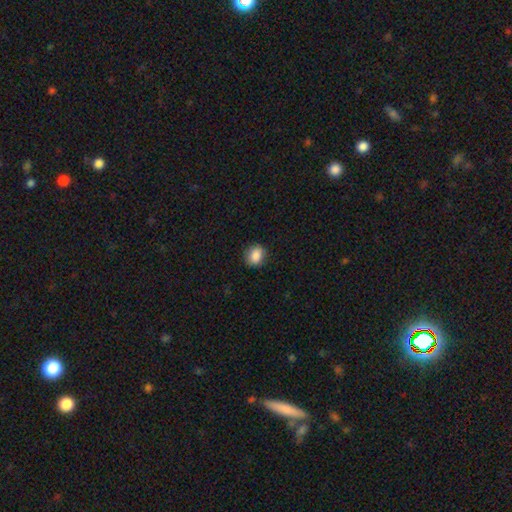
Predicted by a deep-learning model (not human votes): Morphology: type=smooth (87%); roundness=round (61%); merging=none (87%).